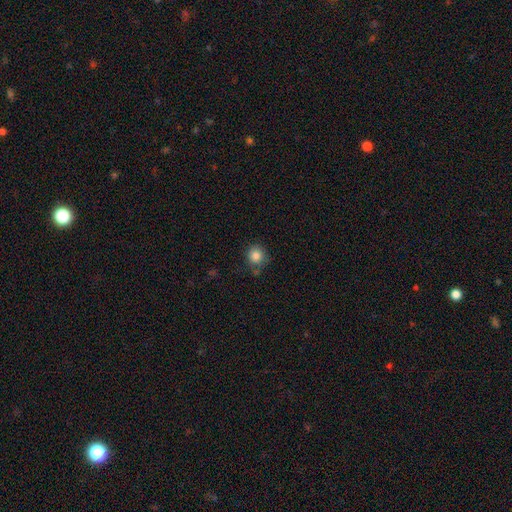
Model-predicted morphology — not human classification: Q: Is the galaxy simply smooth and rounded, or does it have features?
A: smooth — 84%.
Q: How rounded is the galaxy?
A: round — 89%.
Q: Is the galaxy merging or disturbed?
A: none — 73%.